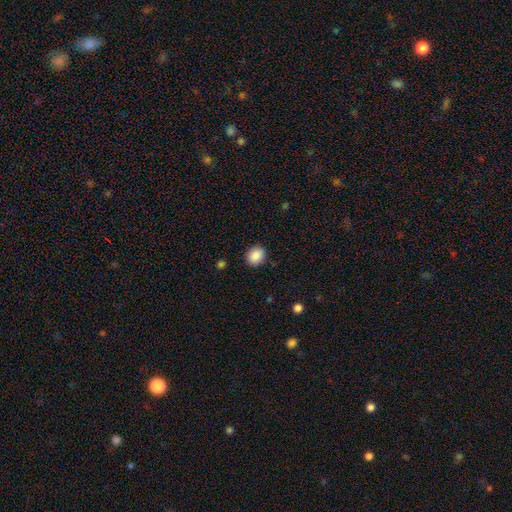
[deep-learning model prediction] smooth_or_featured: smooth (p=0.89) [alt: star or artifact p=0.08]
how_rounded: round (p=0.59) [alt: in between p=0.40]
merging: none (p=0.89) [alt: minor disturbance p=0.08]